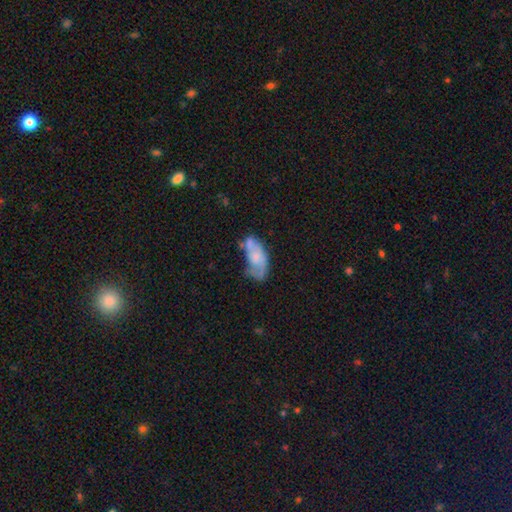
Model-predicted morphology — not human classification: Smooth or featured? smooth (48%)
Merging? none (32%)